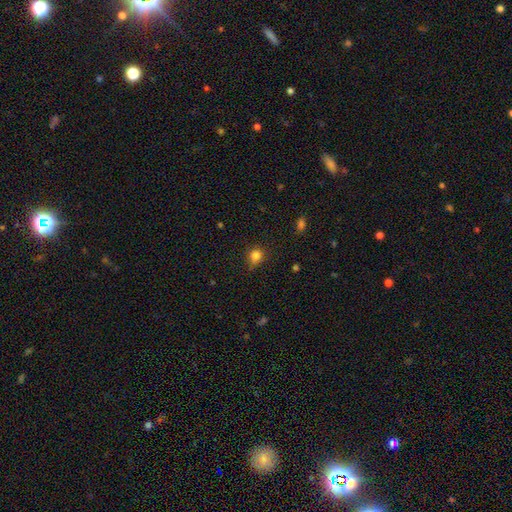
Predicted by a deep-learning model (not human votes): Smooth or featured?
  - smooth: 81% *
  - star or artifact: 13%
  - featured or disk: 6%
How rounded?
  - round: 78% *
  - in between: 21%
  - cigar-shaped: 1%
Merging?
  - none: 67% *
  - minor disturbance: 25%
  - major disturbance: 6%
  - merger: 2%